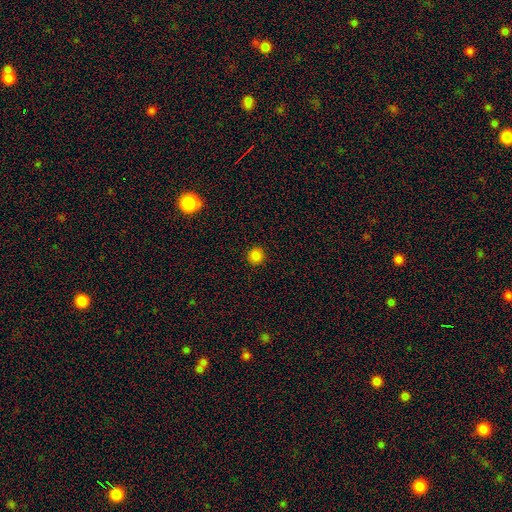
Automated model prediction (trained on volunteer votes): smooth 84%, star or artifact 12%, featured or disk 4%. Down the decision tree: how rounded — round (95%); merging — none (93%).